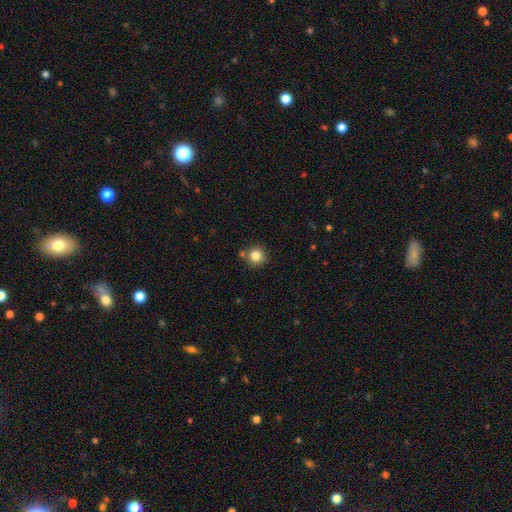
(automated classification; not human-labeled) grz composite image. It shows a smooth galaxy with no disk features (82%) that is round (92%). Merging: none (78%).